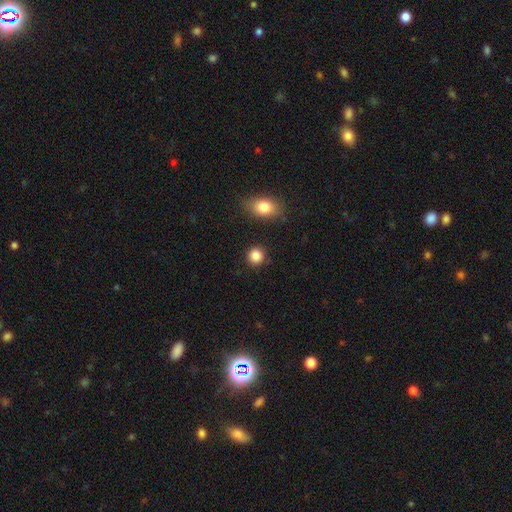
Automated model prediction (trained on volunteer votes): Q: Smooth or featured?
A: smooth (87%); runner-up: star or artifact (10%)
Q: How rounded?
A: round (90%); runner-up: in between (9%)
Q: Merging?
A: none (89%); runner-up: minor disturbance (7%)